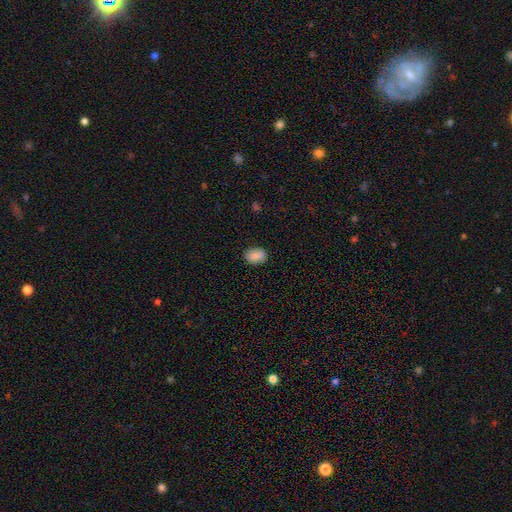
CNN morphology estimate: A smooth galaxy with no disk features (86%) that is in between round and cigar-shaped (73%).

Vote fractions:
- Smooth or featured? smooth: 86% / star or artifact: 8% / featured or disk: 6%
- How rounded? in between: 73% / round: 25% / cigar-shaped: 1%
- Merging? none: 87% / minor disturbance: 9% / major disturbance: 2% / merger: 1%